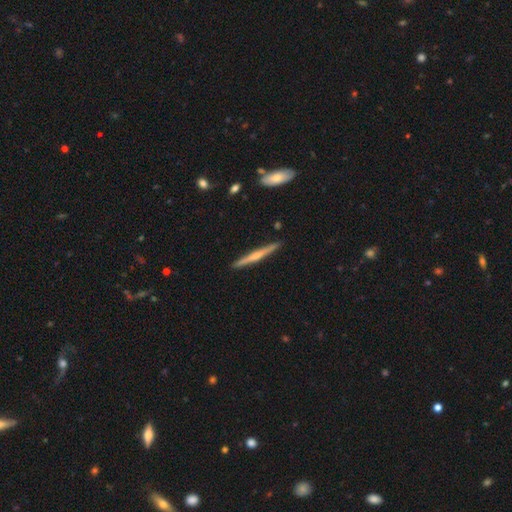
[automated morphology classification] Overall: featured or disk (62%; smooth 32%). Edge-on disk: yes (98%). Edge-on bulge: rounded (62%; none 29%). Merging: none (91%).